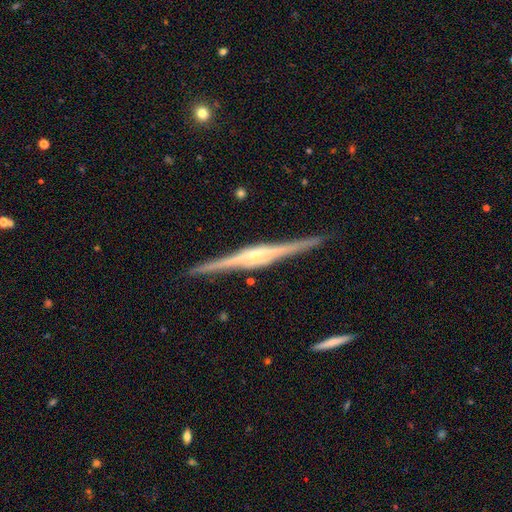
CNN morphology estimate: type=featured or disk (89%); edge-on=yes (98%); edge-on bulge=rounded (51%); merging=none (91%).